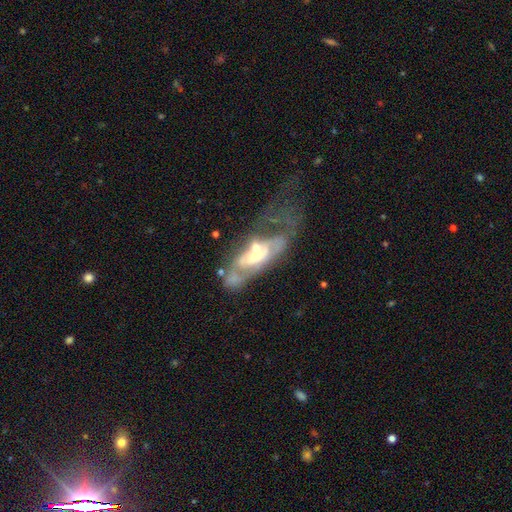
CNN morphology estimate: This is likely a featured or disk galaxy (70%). It is clearly not viewed edge-on (87%). Bar: likely no (71%). Spiral arm pattern: possibly no (54%). Central bulge: possibly moderate (53%). Merging: marginally major disturbance (38%).